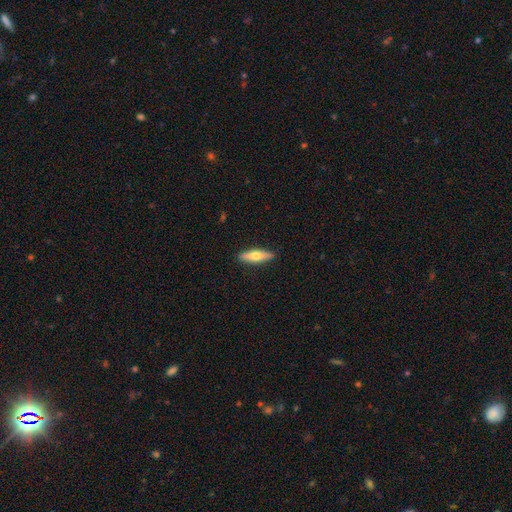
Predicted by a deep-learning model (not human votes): smooth_or_featured: smooth (p=0.58) [alt: featured or disk p=0.36]
how_rounded: cigar-shaped (p=0.57) [alt: in between p=0.40]
merging: none (p=0.90) [alt: minor disturbance p=0.08]